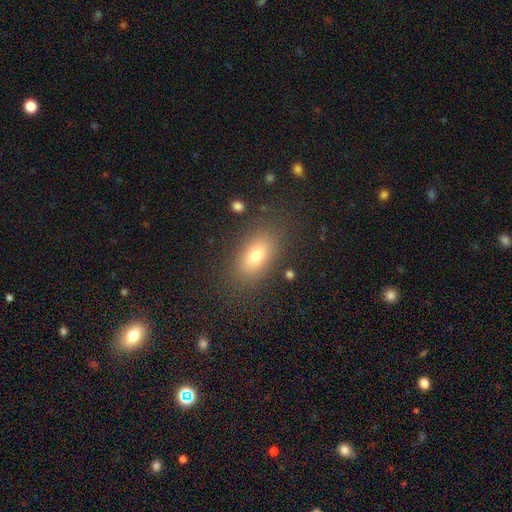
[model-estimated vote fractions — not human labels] A smooth galaxy with no disk features (75%) that is in between round and cigar-shaped (86%).

Vote fractions:
- Smooth or featured? smooth: 75% / featured or disk: 13% / star or artifact: 12%
- How rounded? in between: 86% / round: 9% / cigar-shaped: 5%
- Merging? none: 84% / minor disturbance: 10% / major disturbance: 4% / merger: 2%